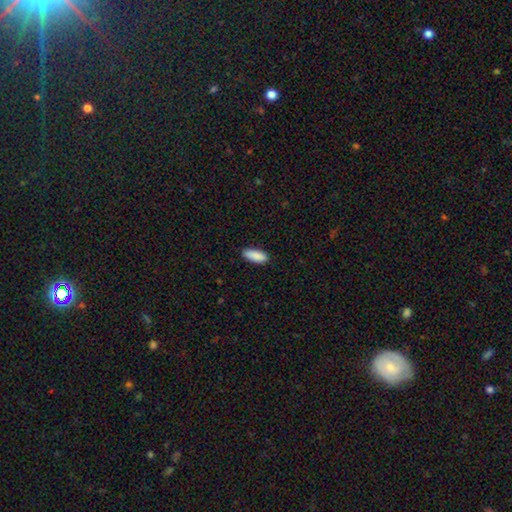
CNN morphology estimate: Overall: smooth (90%). How rounded: in between (74%). Merging: none (87%).